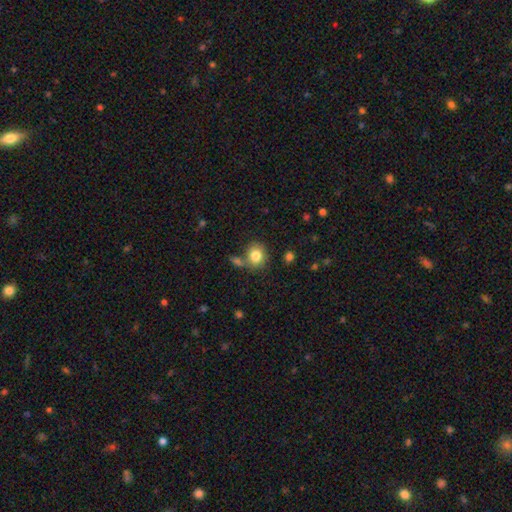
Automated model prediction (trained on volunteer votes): Q: Smooth or featured?
A: smooth (82%); runner-up: star or artifact (9%)
Q: How rounded?
A: round (72%); runner-up: in between (27%)
Q: Merging?
A: none (65%); runner-up: merger (17%)